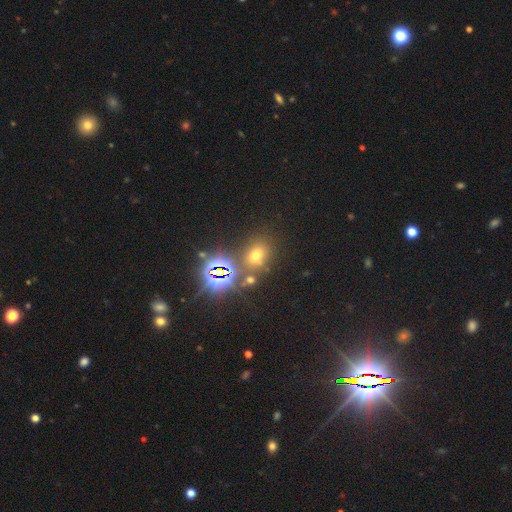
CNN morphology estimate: Smooth or featured? Predicted: smooth (p=0.50). How rounded? Predicted: round (p=0.51). Merging? Predicted: none (p=0.71).